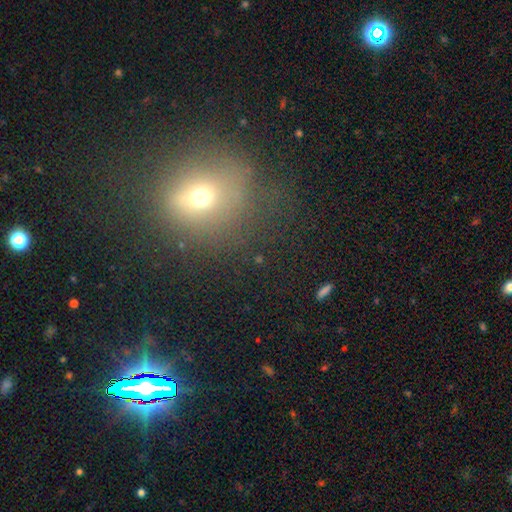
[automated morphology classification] Q: Smooth or featured?
A: star or artifact (44%); runner-up: smooth (41%)